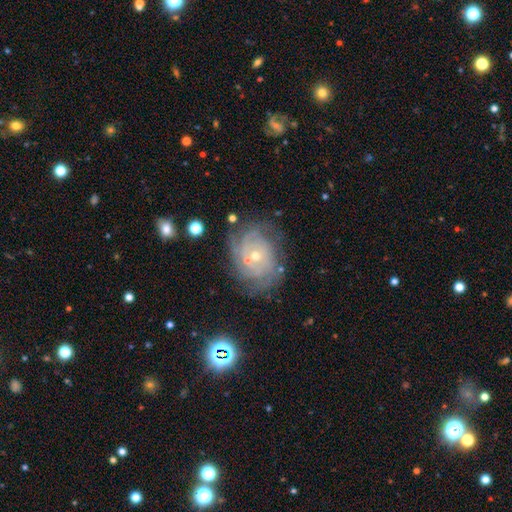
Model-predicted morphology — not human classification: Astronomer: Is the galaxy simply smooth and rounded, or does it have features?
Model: featured or disk — 81%.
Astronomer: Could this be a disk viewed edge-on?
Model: no — 97%.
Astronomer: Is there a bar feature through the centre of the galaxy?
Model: no — 78%.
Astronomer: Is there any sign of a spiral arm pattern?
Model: yes — 94%.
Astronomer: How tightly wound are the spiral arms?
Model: tight — 73%.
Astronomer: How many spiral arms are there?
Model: can't tell — 37% (runner-up: 4, 18%).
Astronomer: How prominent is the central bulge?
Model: small — 67%.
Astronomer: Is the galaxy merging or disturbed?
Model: none — 72%.